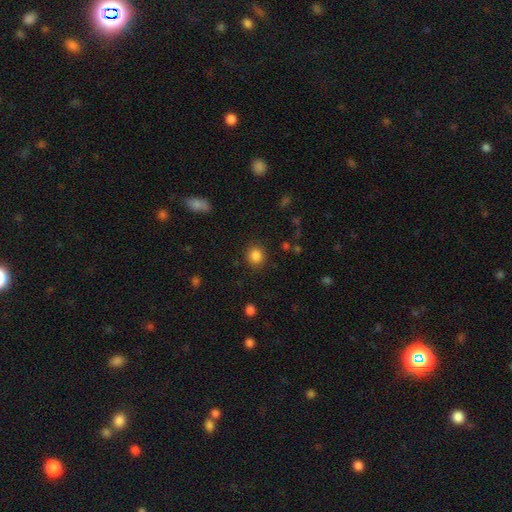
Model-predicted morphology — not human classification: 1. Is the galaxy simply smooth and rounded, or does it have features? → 85% smooth, 11% star or artifact, 4% featured or disk.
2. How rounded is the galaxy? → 82% round, 17% in between, 1% cigar-shaped.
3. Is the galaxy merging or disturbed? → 88% none, 8% minor disturbance, 3% major disturbance, 1% merger.